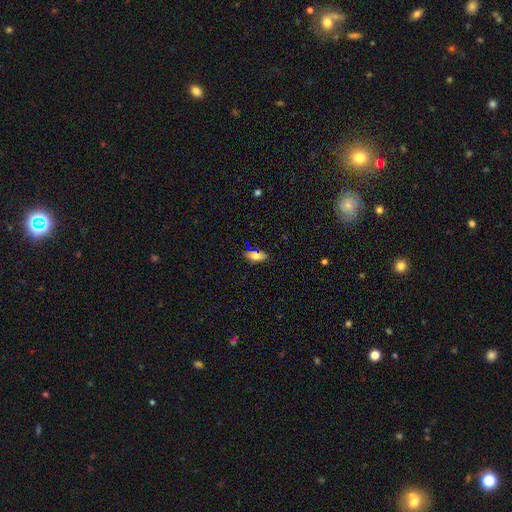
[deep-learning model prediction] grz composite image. It shows a smooth galaxy with no disk features (64%) that is in between round and cigar-shaped (81%). Merging: none (84%).